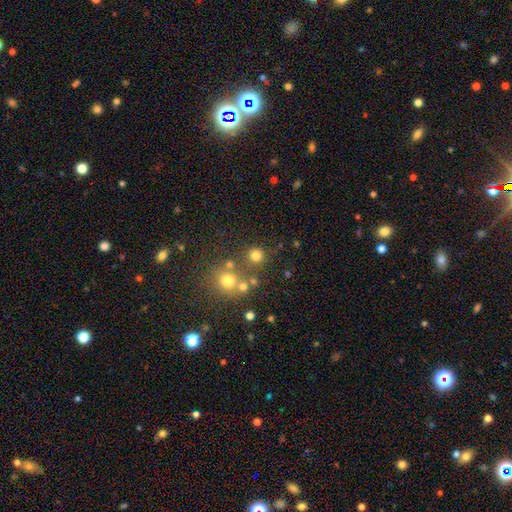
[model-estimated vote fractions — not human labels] Smooth or featured: smooth — 77% (star or artifact — 16%)
How rounded: round — 93% (in between — 6%)
Merging: none — 78% (merger — 11%)